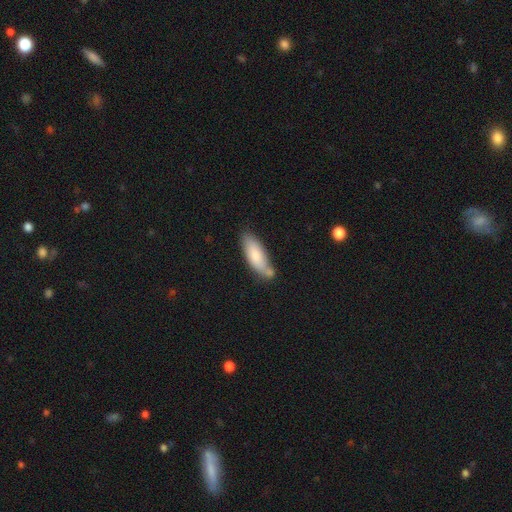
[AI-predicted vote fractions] smooth-or-featured: smooth: 79% | featured or disk: 15% | star or artifact: 6%
  how-rounded: in between: 62% | cigar-shaped: 36% | round: 2%
  merging: none: 57% | minor disturbance: 20% | merger: 18% | major disturbance: 4%